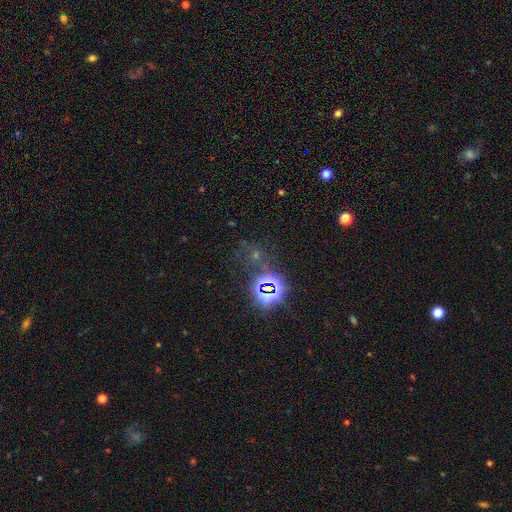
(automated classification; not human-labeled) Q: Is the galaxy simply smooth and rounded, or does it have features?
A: star or artifact — 69%.